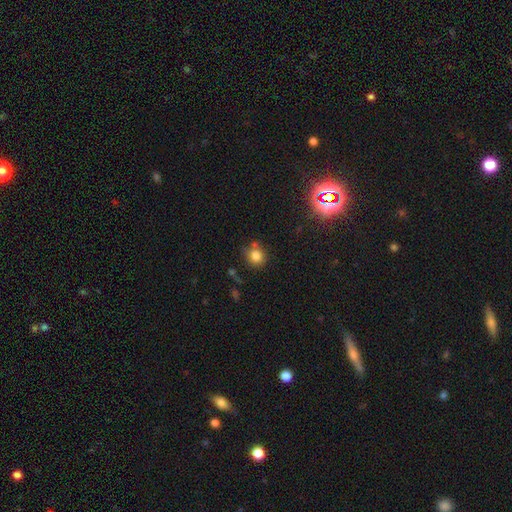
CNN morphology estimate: The model was most divided on "merging": none: 71%, minor disturbance: 14%, merger: 11%, major disturbance: 4%. More confident: how rounded — round (85%); smooth or featured — smooth (82%).